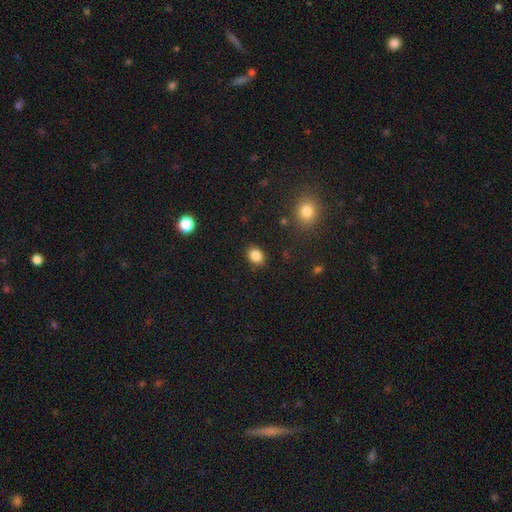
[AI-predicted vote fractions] Overall: smooth (85%). How rounded: in between (58%; round 41%). Merging: none (87%).